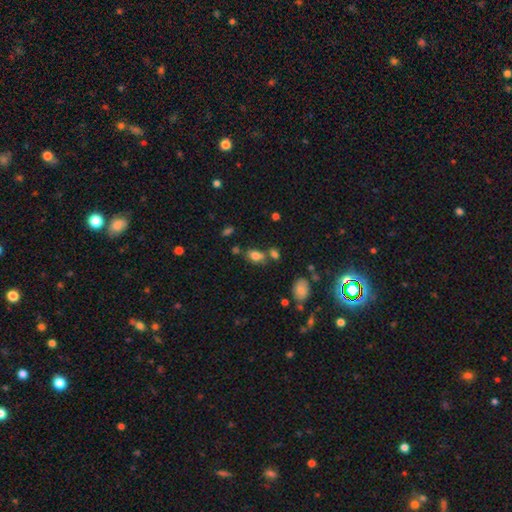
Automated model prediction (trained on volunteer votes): smooth_or_featured: smooth (p=0.78) [alt: star or artifact p=0.13]
how_rounded: in between (p=0.83) [alt: round p=0.15]
merging: none (p=0.55) [alt: merger p=0.25]